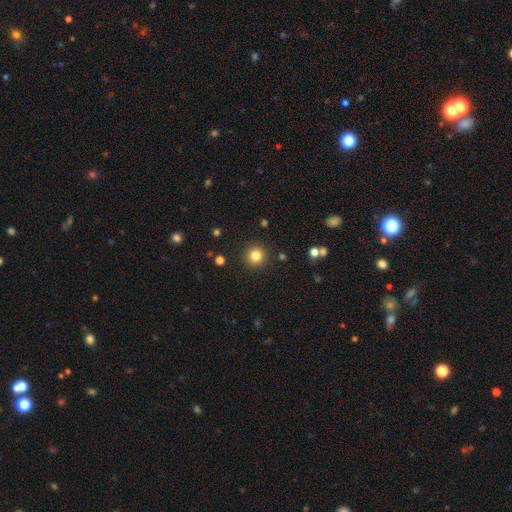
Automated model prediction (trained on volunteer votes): smooth_or_featured: smooth (p=0.82) [alt: star or artifact p=0.12]
how_rounded: round (p=0.94) [alt: in between p=0.05]
merging: none (p=0.91) [alt: minor disturbance p=0.06]